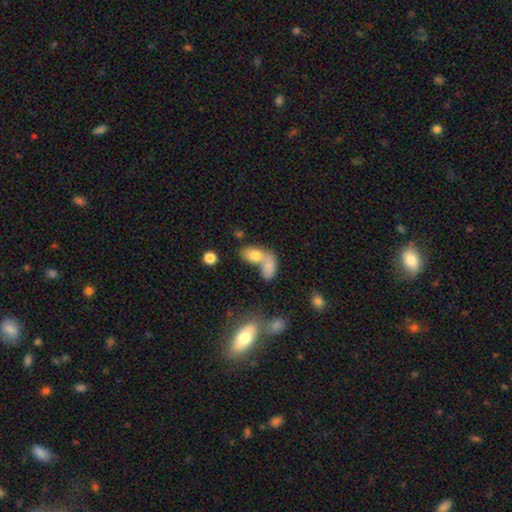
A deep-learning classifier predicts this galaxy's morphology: Smooth or featured: smooth — 76% (featured or disk — 14%)
How rounded: in between — 86% (round — 10%)
Merging: merger — 59% (none — 27%)